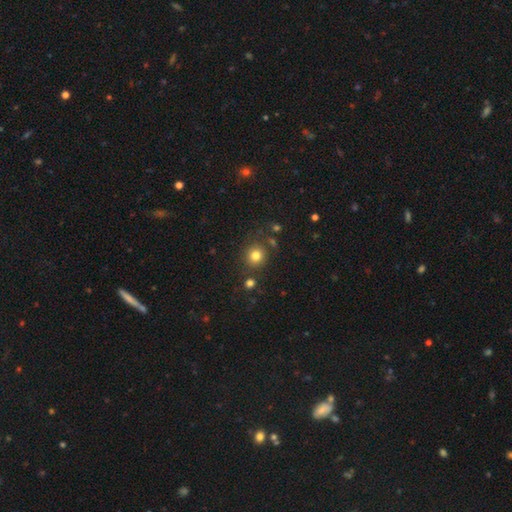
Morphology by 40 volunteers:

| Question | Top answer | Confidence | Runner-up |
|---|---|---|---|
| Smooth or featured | smooth | 80% | star or artifact (12%) |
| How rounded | round | 94% | in between (6%) |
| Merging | none | 80% | minor disturbance (14%) |